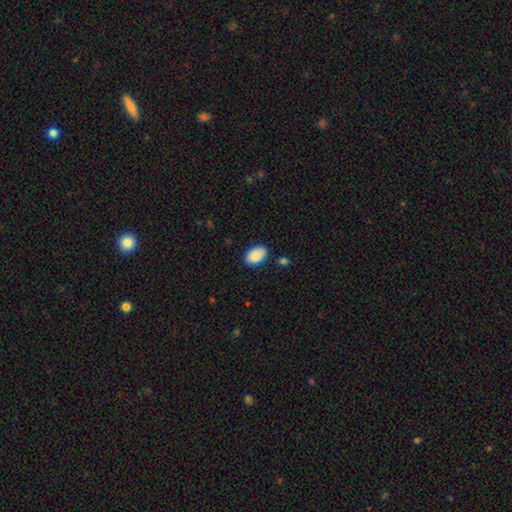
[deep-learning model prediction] smooth 88%, star or artifact 6%, featured or disk 5%. Down the decision tree: how rounded — in between (91%); merging — none (82%).